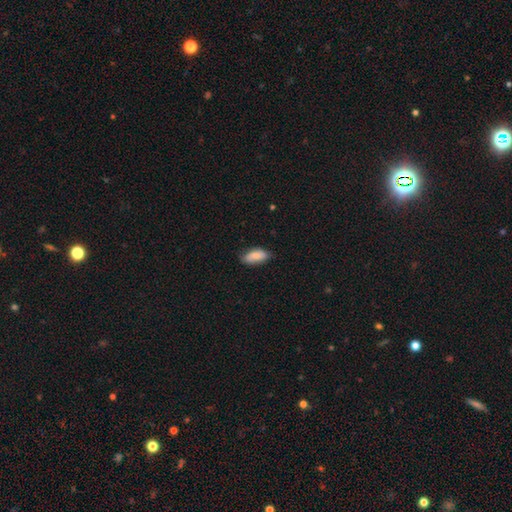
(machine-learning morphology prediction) A smooth galaxy with no disk features (85%) that is in between round and cigar-shaped (90%). Merging: none (74%).